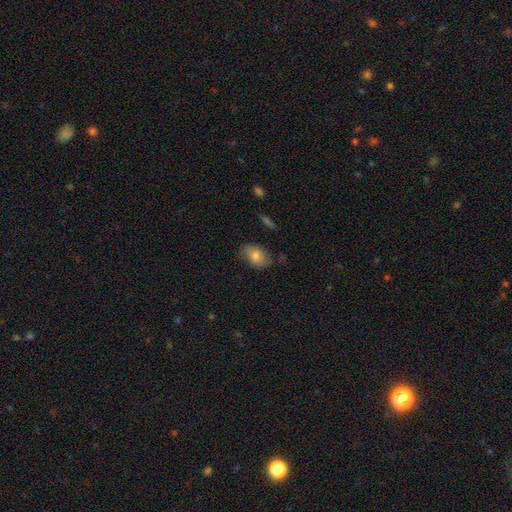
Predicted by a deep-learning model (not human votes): smooth_or_featured: smooth (p=0.74) [alt: featured or disk p=0.18]
how_rounded: in between (p=0.83) [alt: round p=0.15]
merging: none (p=0.68) [alt: minor disturbance p=0.24]